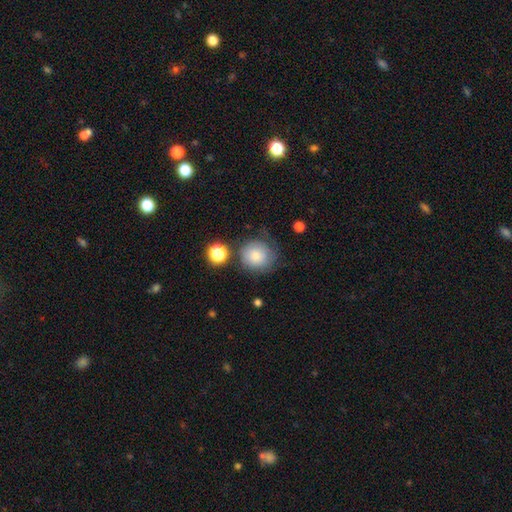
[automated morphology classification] smooth 69%, featured or disk 20%, star or artifact 11%. Down the decision tree: how rounded — round (89%); merging — none (61%).